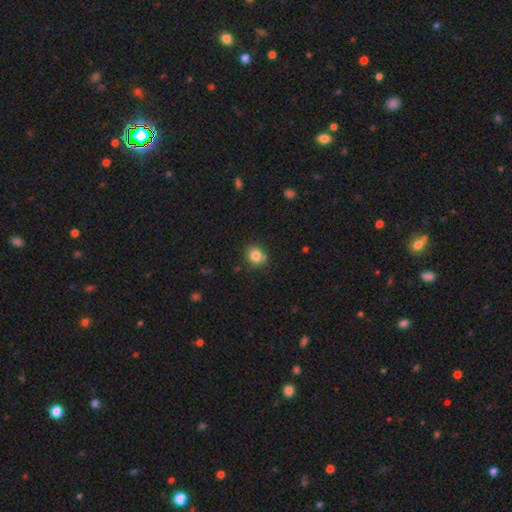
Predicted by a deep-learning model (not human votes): Smooth or featured? smooth (82%)
How rounded? round (74%)
Merging? none (72%)